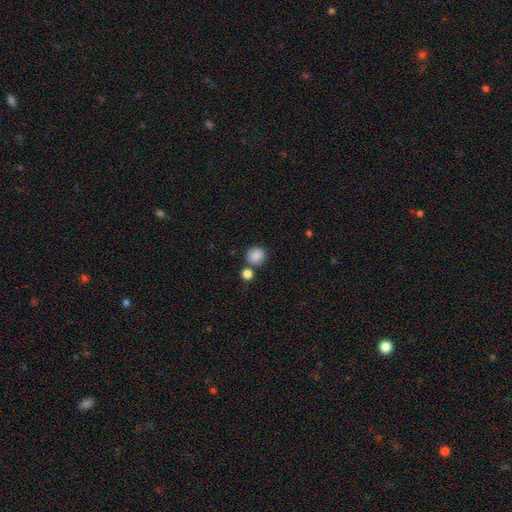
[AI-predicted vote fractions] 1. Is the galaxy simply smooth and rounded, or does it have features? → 87% smooth, 9% star or artifact, 4% featured or disk.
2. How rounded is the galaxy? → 83% round, 16% in between, 1% cigar-shaped.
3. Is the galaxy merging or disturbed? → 69% none, 17% merger, 10% minor disturbance, 3% major disturbance.